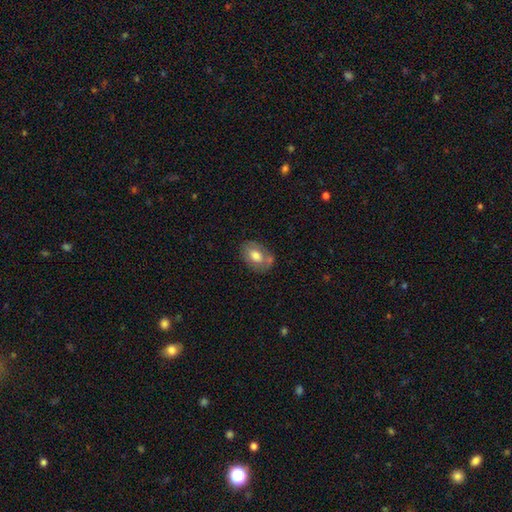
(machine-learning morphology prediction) A smooth galaxy with no disk features (67%) that is in between round and cigar-shaped (81%).

Vote fractions:
- Smooth or featured? smooth: 67% / featured or disk: 26% / star or artifact: 7%
- How rounded? in between: 81% / round: 18% / cigar-shaped: 1%
- Merging? none: 59% / minor disturbance: 20% / merger: 15% / major disturbance: 6%